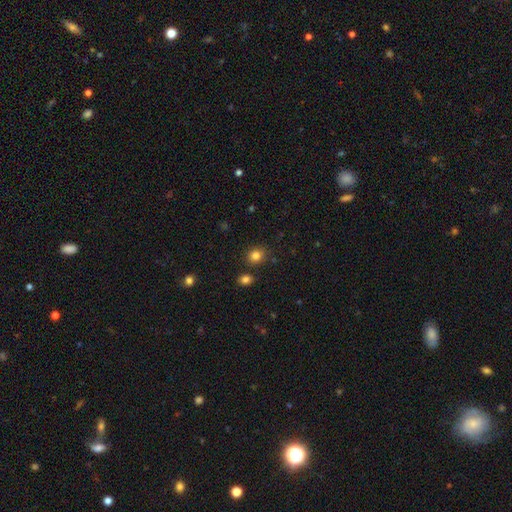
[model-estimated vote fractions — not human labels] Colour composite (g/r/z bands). It shows a smooth galaxy with no disk features (82%) that is round (68%). Merging: none (82%).